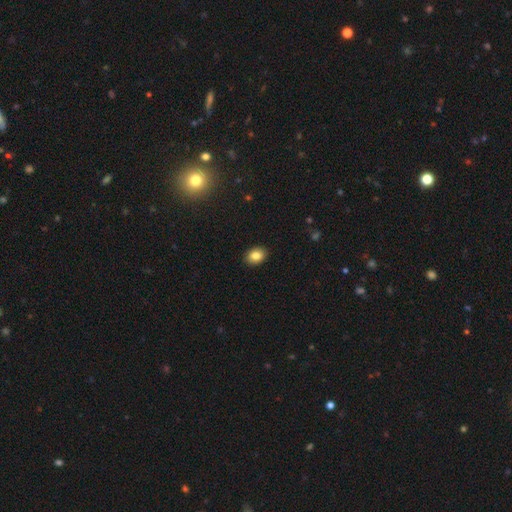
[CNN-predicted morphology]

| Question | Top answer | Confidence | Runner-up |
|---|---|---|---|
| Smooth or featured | smooth | 85% | star or artifact (9%) |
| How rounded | in between | 67% | round (32%) |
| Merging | none | 90% | minor disturbance (7%) |